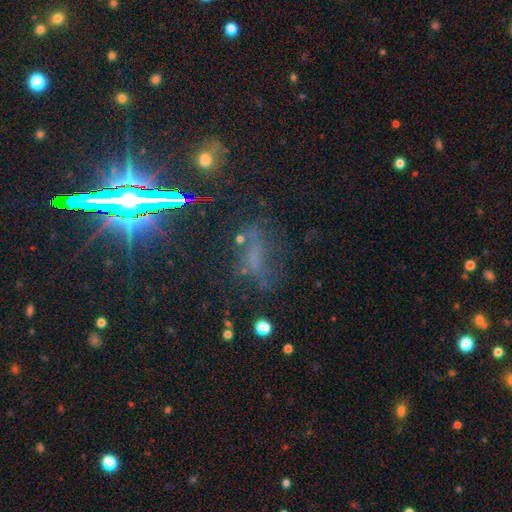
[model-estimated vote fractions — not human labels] smooth-or-featured: star or artifact: 50% | featured or disk: 28% | smooth: 22%